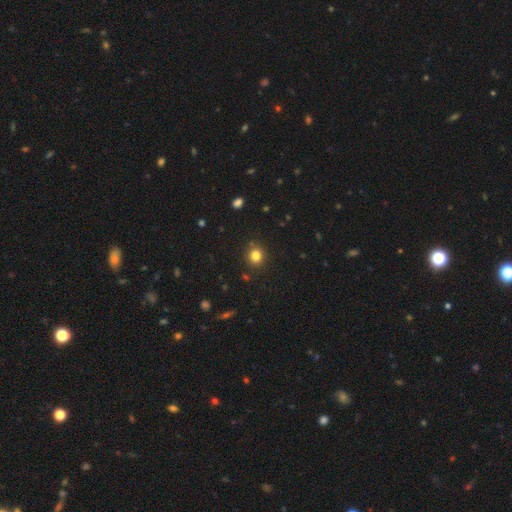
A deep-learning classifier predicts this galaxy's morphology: Smooth or featured? smooth (81%)
How rounded? round (86%)
Merging? none (88%)